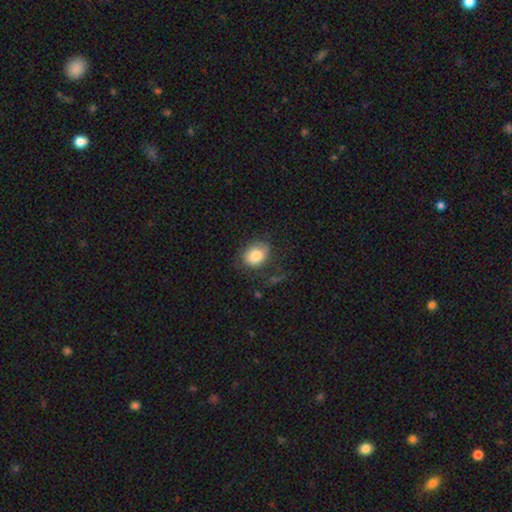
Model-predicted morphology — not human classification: Overall: smooth (80%). How rounded: in between (60%; round 39%). Merging: none (61%; minor disturbance 23%).